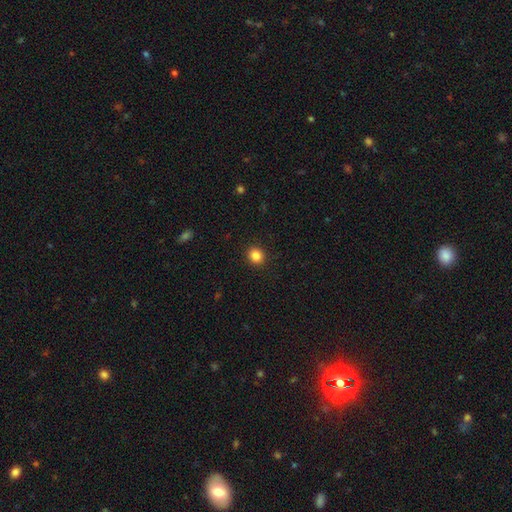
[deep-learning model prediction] Q: Smooth or featured?
A: smooth (85%); runner-up: star or artifact (11%)
Q: How rounded?
A: round (81%); runner-up: in between (19%)
Q: Merging?
A: none (92%); runner-up: minor disturbance (5%)